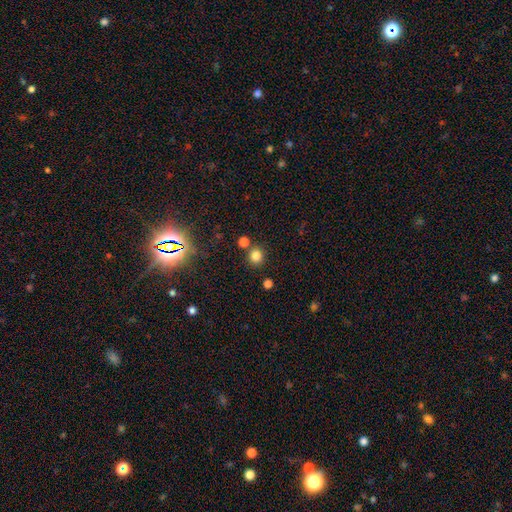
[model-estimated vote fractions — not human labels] smooth_or_featured: smooth (p=0.79) [alt: star or artifact p=0.16]
how_rounded: round (p=0.88) [alt: in between p=0.11]
merging: none (p=0.79) [alt: merger p=0.11]